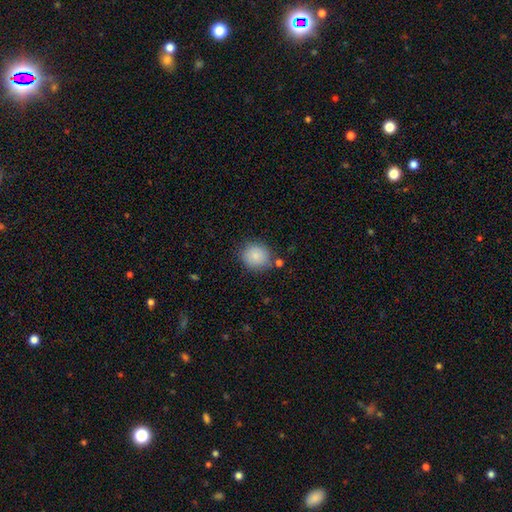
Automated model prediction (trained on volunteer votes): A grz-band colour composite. It shows a smooth galaxy with no disk features (86%) that is round (81%). Merging: none (79%).